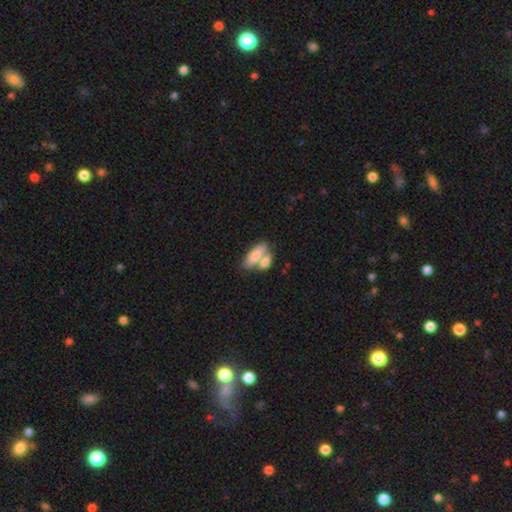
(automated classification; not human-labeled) A smooth galaxy with no disk features (73%) that is in between round and cigar-shaped (81%). Merging: merger (59%).